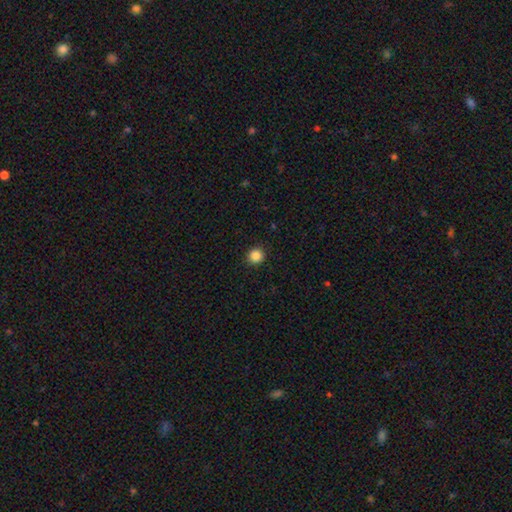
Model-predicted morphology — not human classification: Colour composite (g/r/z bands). It shows a smooth galaxy with no disk features (87%) that is round (93%). Merging: none (92%).